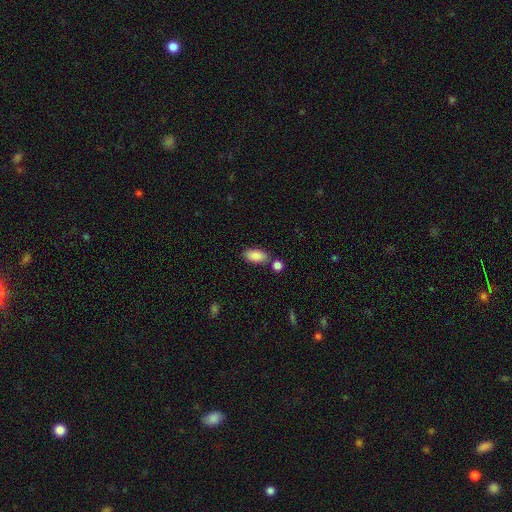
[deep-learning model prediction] smooth 88%, star or artifact 7%, featured or disk 6%. Down the decision tree: how rounded — in between (91%); merging — none (74%).